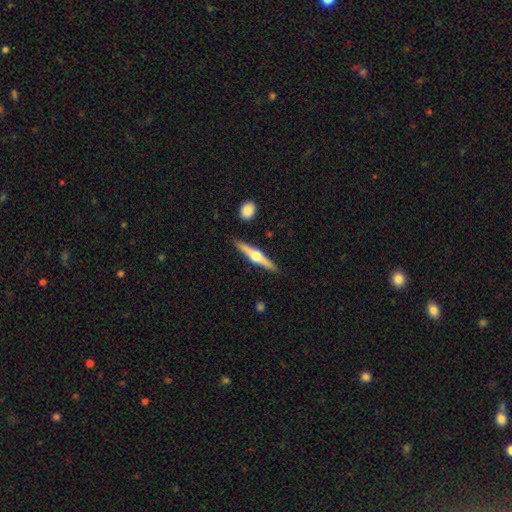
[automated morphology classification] Smooth or featured: featured or disk — 74% (smooth — 21%)
Edge-on disk: yes — 98% (no — 2%)
Edge-on bulge: rounded — 95% (boxy — 3%)
Merging: none — 89% (minor disturbance — 7%)